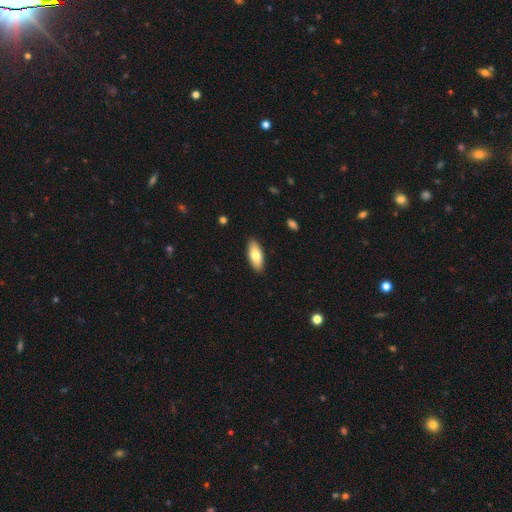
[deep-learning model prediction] smooth-or-featured: smooth: 80% | featured or disk: 14% | star or artifact: 6%
  how-rounded: in between: 83% | cigar-shaped: 15% | round: 2%
  merging: none: 90% | minor disturbance: 8% | major disturbance: 2% | merger: 1%